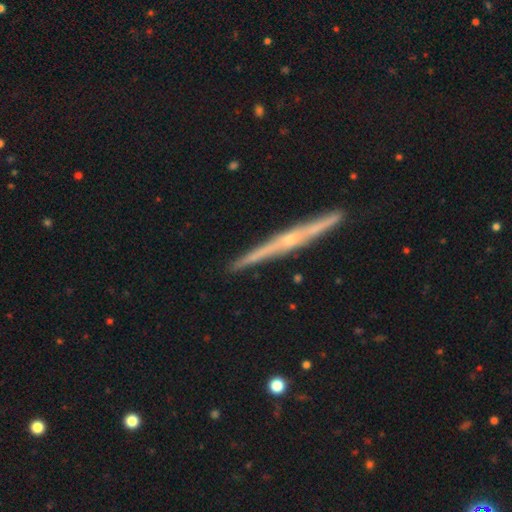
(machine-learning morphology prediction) smooth_or_featured: featured or disk (p=0.65) [alt: smooth p=0.28]
disk_edge_on: yes (p=0.97) [alt: no p=0.03]
edge_on_bulge: rounded (p=0.60) [alt: none p=0.35]
merging: none (p=0.87) [alt: minor disturbance p=0.09]